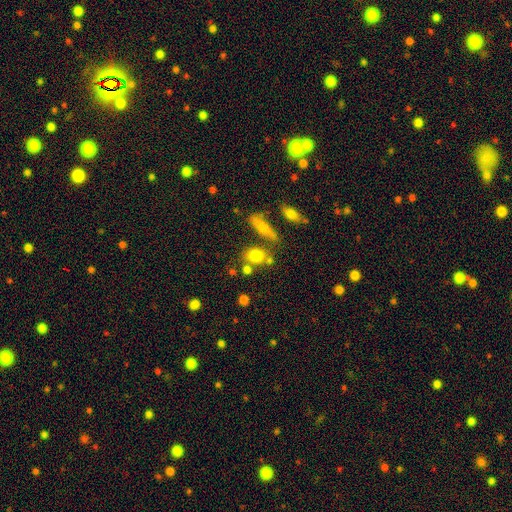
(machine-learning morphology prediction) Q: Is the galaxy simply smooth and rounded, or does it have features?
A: smooth — 77%.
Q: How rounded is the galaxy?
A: in between — 49%.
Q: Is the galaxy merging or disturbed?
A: none — 61%.